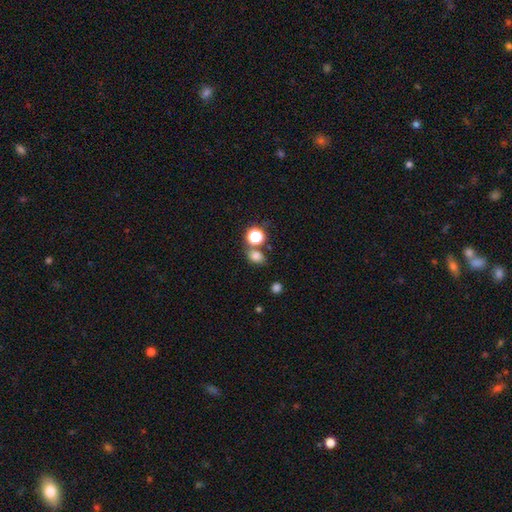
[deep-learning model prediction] Morphology: type=smooth (74%); roundness=in between (55%); merging=none (68%).